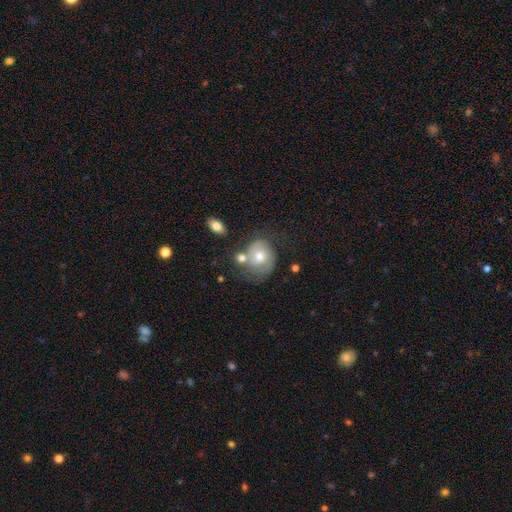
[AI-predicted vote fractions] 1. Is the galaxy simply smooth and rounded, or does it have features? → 53% featured or disk, 35% smooth, 12% star or artifact.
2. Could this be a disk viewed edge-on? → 96% no, 4% yes.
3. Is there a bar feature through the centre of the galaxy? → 79% no, 17% weak, 4% strong.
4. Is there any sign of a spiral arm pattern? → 71% yes, 29% no.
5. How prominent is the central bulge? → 68% moderate, 25% small, 4% large, 1% none, 1% dominant.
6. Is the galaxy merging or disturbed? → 52% none, 21% minor disturbance, 15% merger, 12% major disturbance.